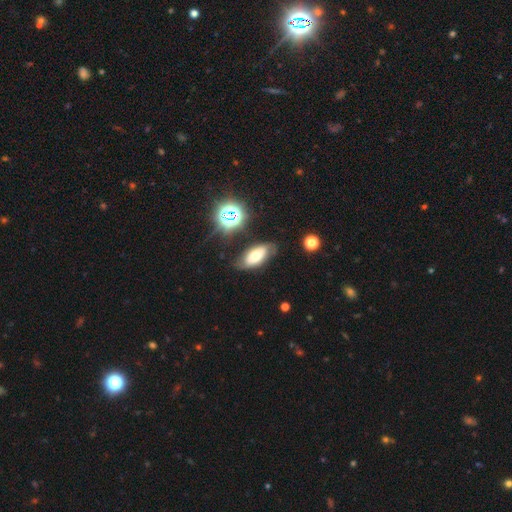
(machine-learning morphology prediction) This is possibly a smooth galaxy (55%). How rounded: clearly in between (89%). Merging: likely none (70%).